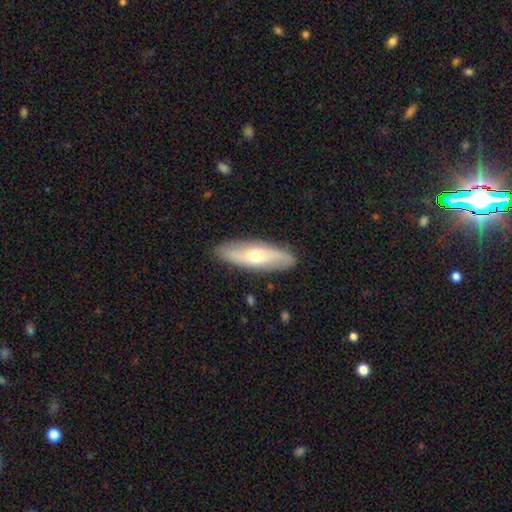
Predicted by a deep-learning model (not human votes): Smooth or featured? Predicted: smooth (p=0.48). Merging? Predicted: none (p=0.88).